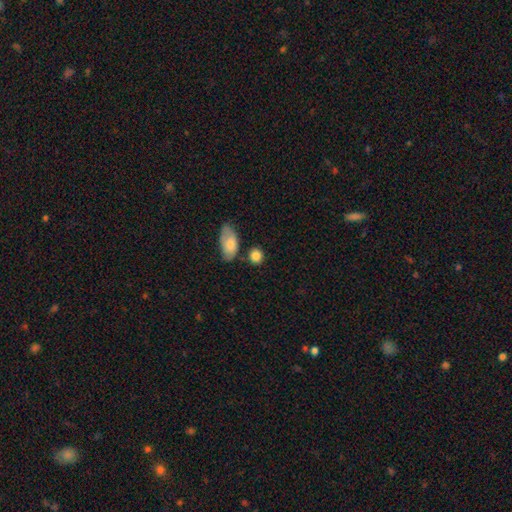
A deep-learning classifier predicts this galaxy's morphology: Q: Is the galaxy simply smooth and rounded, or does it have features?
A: smooth — 85%.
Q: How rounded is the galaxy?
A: round — 74%.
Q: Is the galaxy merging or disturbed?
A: none — 73%.